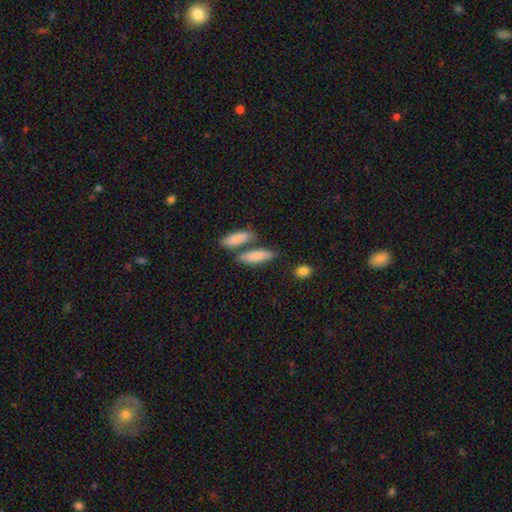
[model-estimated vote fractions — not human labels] smooth_or_featured: smooth (p=0.79) [alt: featured or disk p=0.13]
how_rounded: cigar-shaped (p=0.52) [alt: in between p=0.45]
merging: none (p=0.54) [alt: merger p=0.32]